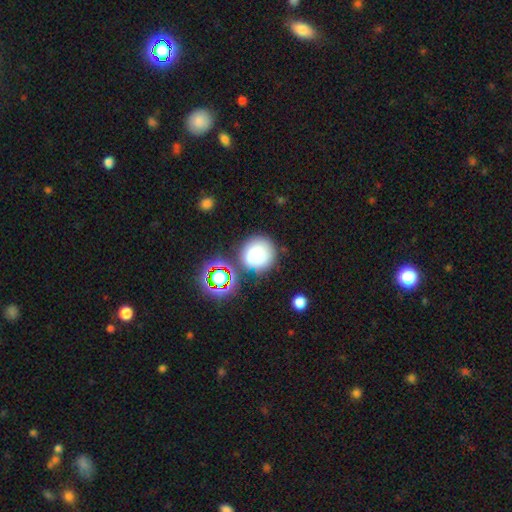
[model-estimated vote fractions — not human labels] The model was most divided on "merging": none: 73%, minor disturbance: 13%, merger: 9%, major disturbance: 5%. More confident: how rounded — round (93%); smooth or featured — smooth (76%).